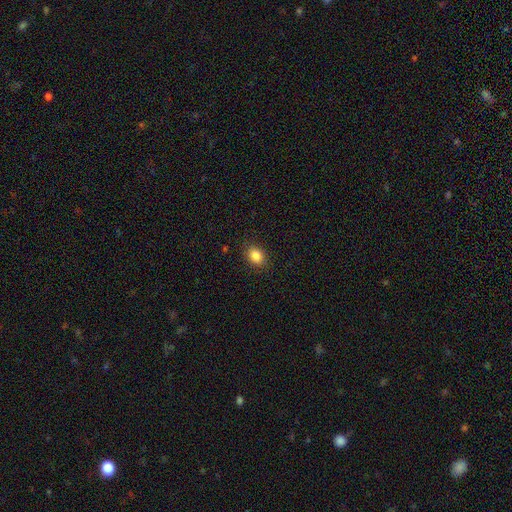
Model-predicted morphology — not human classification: smooth 86%, star or artifact 10%, featured or disk 5%. Down the decision tree: how rounded — in between (67%); merging — none (87%).